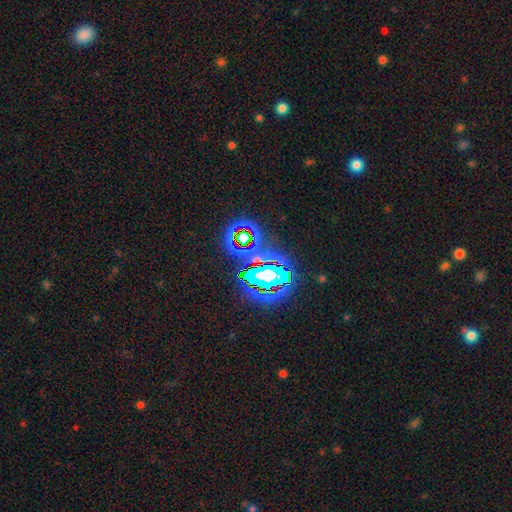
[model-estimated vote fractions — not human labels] smooth_or_featured: star or artifact (p=0.78) [alt: smooth p=0.12]